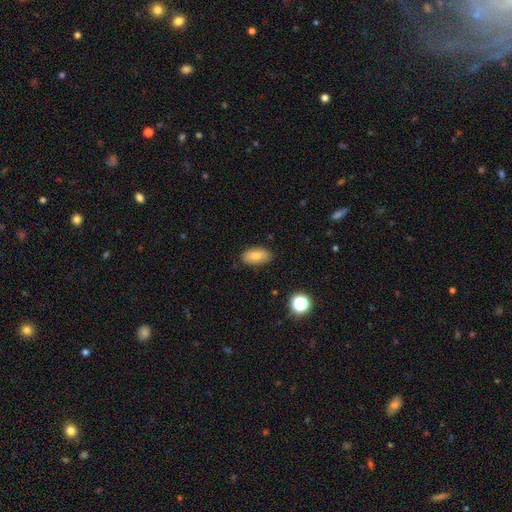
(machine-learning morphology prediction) Q: Smooth or featured?
A: smooth (79%); runner-up: featured or disk (12%)
Q: How rounded?
A: in between (91%); runner-up: round (5%)
Q: Merging?
A: none (85%); runner-up: minor disturbance (12%)